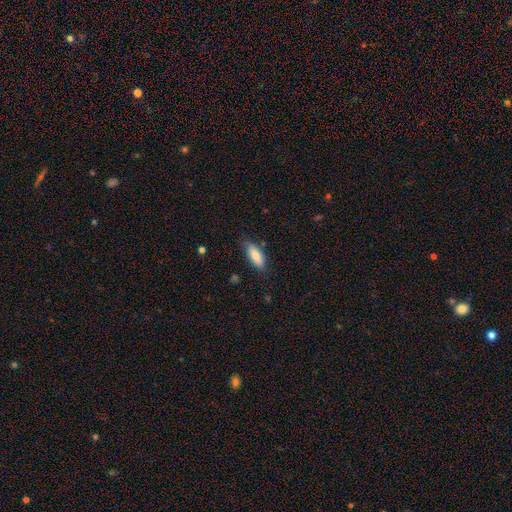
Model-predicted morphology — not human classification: Q: Smooth or featured?
A: smooth (78%); runner-up: featured or disk (15%)
Q: How rounded?
A: in between (74%); runner-up: cigar-shaped (24%)
Q: Merging?
A: none (79%); runner-up: minor disturbance (17%)